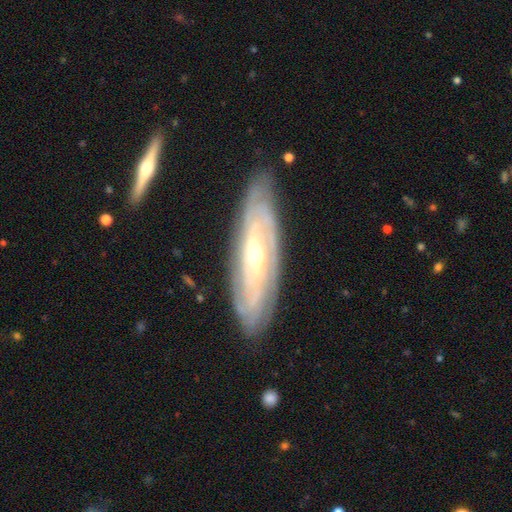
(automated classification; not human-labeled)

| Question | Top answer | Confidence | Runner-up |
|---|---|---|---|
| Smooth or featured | featured or disk | 84% | smooth (10%) |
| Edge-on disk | no | 80% | yes (20%) |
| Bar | no | 51% | weak (33%) |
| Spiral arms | yes | 91% | no (9%) |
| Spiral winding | tight | 76% | medium (19%) |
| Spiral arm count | can't tell | 50% | 2 (16%) |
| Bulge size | small | 57% | moderate (40%) |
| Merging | none | 82% | minor disturbance (13%) |